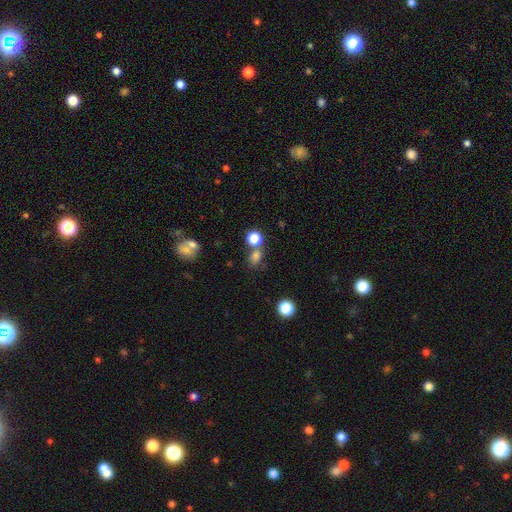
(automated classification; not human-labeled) Overall: smooth (76%). How rounded: round (57%; in between 41%). Merging: none (59%; merger 25%).